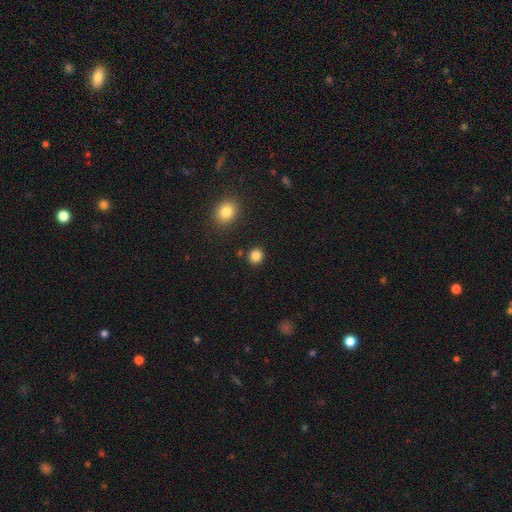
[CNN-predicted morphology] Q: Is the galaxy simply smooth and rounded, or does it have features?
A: smooth — 85%.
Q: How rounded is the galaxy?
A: round — 90%.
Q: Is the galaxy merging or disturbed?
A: none — 90%.